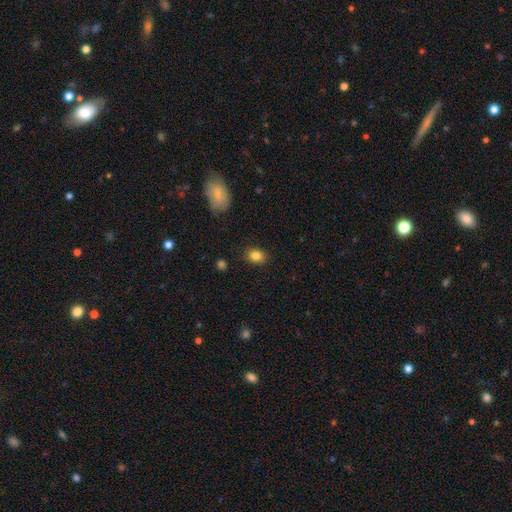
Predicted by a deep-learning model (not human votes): smooth 84%, star or artifact 10%, featured or disk 6%. Down the decision tree: how rounded — in between (62%); merging — none (86%).